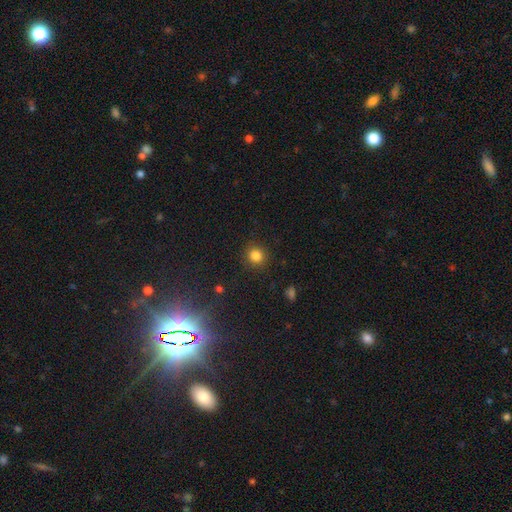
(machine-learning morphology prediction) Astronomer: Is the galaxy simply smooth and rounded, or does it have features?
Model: smooth — 83%.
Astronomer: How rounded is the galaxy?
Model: round — 88%.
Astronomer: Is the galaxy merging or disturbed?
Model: none — 89%.